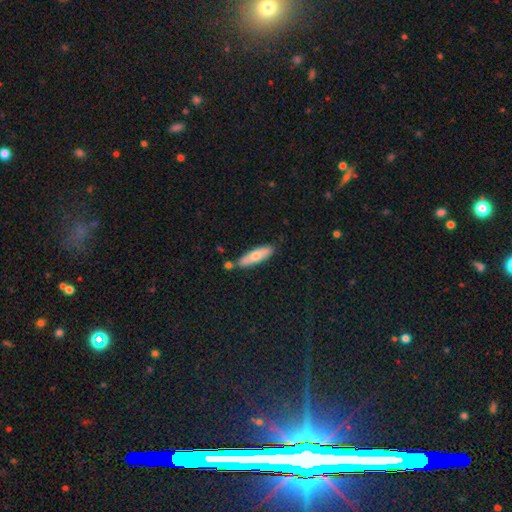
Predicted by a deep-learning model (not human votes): Smooth or featured? Predicted: smooth (p=0.63). How rounded? Predicted: cigar-shaped (p=0.62). Merging? Predicted: none (p=0.71).